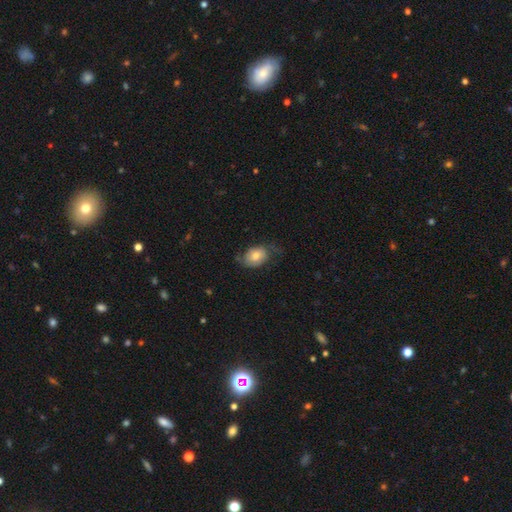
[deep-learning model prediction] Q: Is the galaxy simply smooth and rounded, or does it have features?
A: smooth — 49%.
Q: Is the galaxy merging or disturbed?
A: none — 51%.